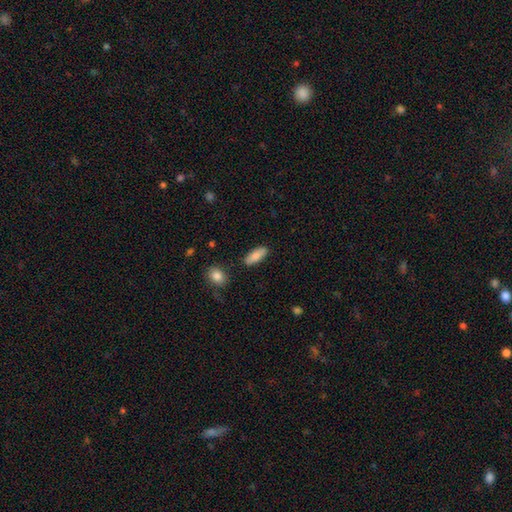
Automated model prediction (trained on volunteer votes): The model was most divided on "how rounded": in between: 73%, cigar-shaped: 25%, round: 2%. More confident: merging — none (86%); smooth or featured — smooth (86%).